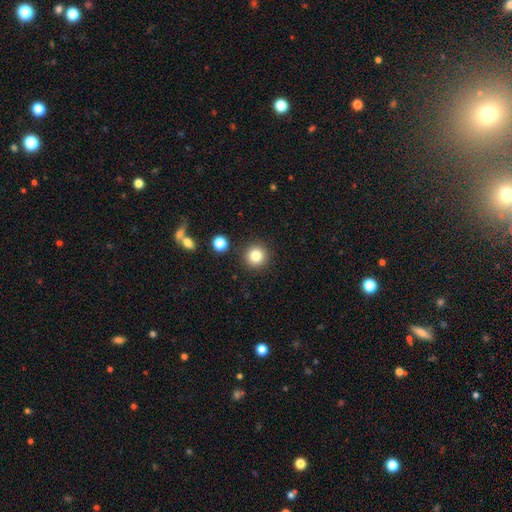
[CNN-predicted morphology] Smooth or featured? Predicted: smooth (p=0.82). How rounded? Predicted: round (p=0.95). Merging? Predicted: none (p=0.90).